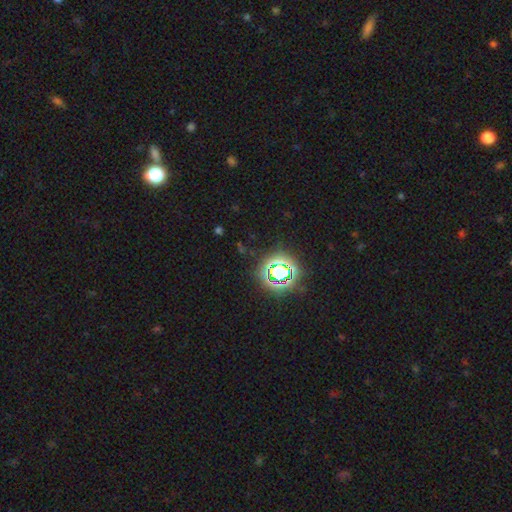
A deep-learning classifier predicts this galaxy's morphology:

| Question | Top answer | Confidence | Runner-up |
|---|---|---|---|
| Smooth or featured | star or artifact | 76% | smooth (16%) |